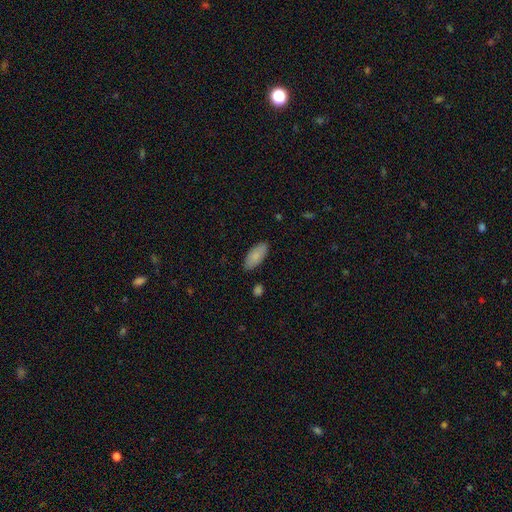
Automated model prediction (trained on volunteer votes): smooth 84%, featured or disk 10%, star or artifact 6%. Down the decision tree: how rounded — in between (89%); merging — none (85%).